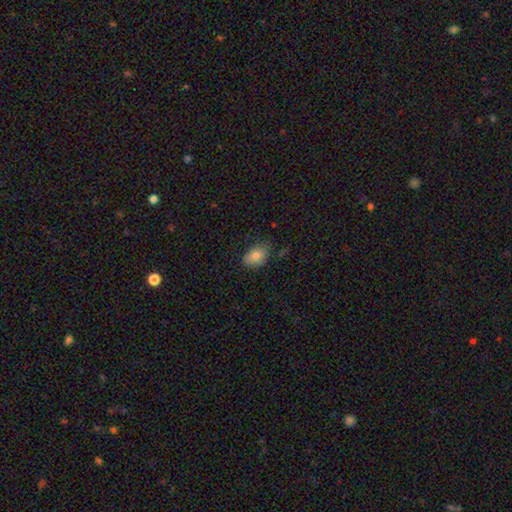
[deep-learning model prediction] smooth-or-featured: smooth: 81% | featured or disk: 11% | star or artifact: 9%
  how-rounded: in between: 81% | round: 18% | cigar-shaped: 1%
  merging: none: 70% | minor disturbance: 24% | major disturbance: 4% | merger: 2%